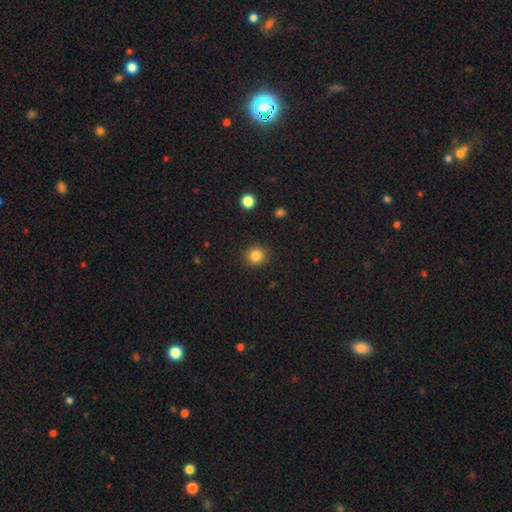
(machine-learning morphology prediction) Smooth or featured? Predicted: smooth (p=0.84). How rounded? Predicted: round (p=0.90). Merging? Predicted: none (p=0.91).